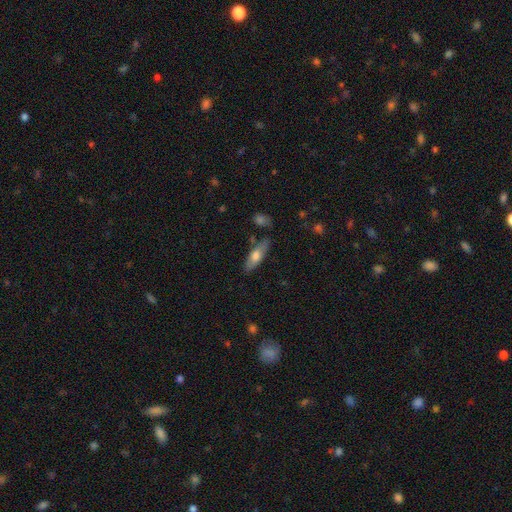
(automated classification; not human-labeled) smooth-or-featured: smooth: 63% | featured or disk: 31% | star or artifact: 6%
  how-rounded: in between: 52% | cigar-shaped: 46% | round: 2%
  merging: none: 78% | minor disturbance: 14% | merger: 5% | major disturbance: 3%